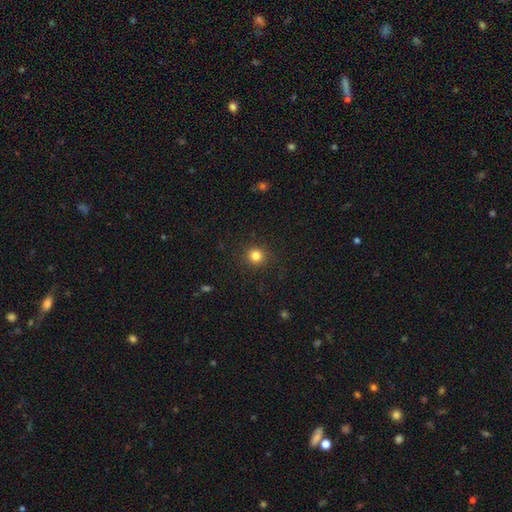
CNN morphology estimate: Smooth or featured: smooth — 83% (star or artifact — 12%)
How rounded: round — 93% (in between — 6%)
Merging: none — 90% (minor disturbance — 6%)